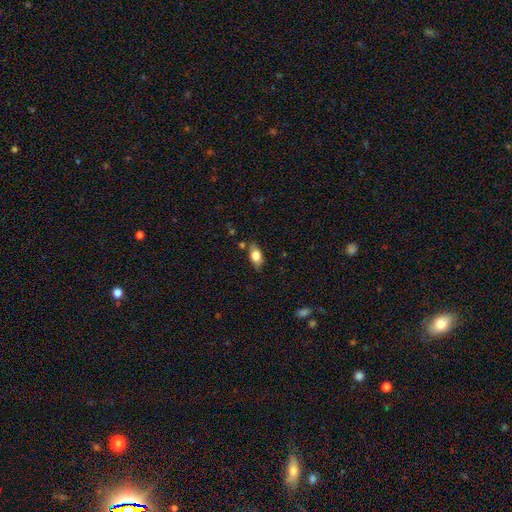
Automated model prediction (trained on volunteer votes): Morphology: type=smooth (77%); roundness=in between (87%); merging=none (77%).